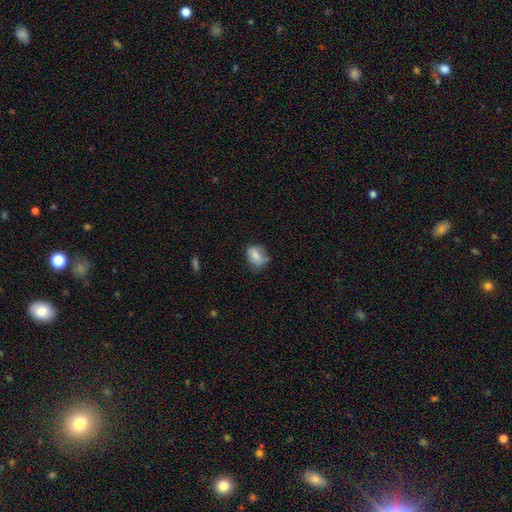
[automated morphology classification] This appears to be a smooth galaxy with no disk features (75%) that is in between round and cigar-shaped (72%). Merging: none (53%).